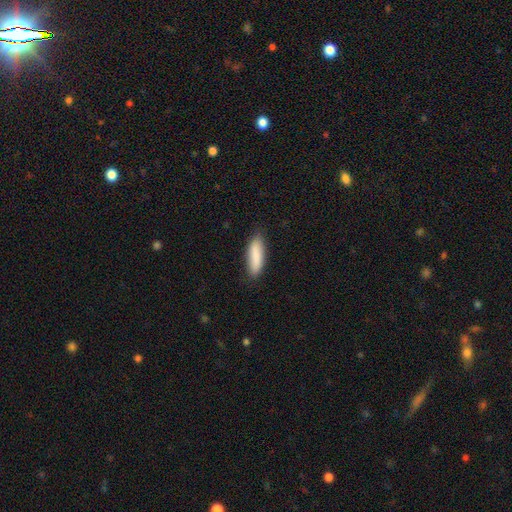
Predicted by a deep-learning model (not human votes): Overall: smooth (87%). How rounded: cigar-shaped (54%; in between 45%). Merging: none (83%).